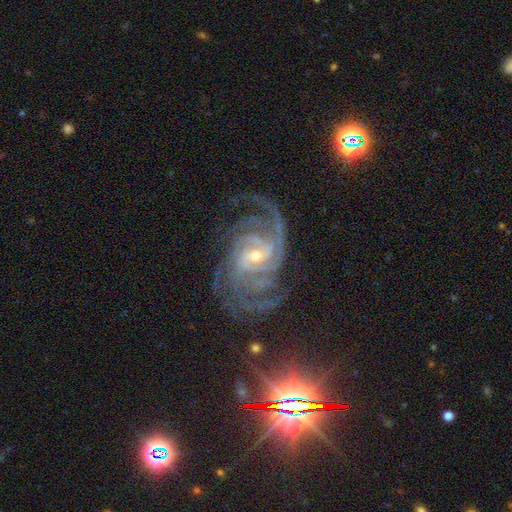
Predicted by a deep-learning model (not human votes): A featured or disk galaxy (90%) with a weak bar (48%), 4 (26%) tight (49%) spiral arms (98%) and a small central bulge (63%).

Vote fractions:
- Smooth or featured? featured or disk: 90% / star or artifact: 7% / smooth: 3%
- Edge-on disk? no: 97% / yes: 3%
- Bar? weak: 48% / strong: 27% / no: 24%
- Spiral arms? yes: 98% / no: 2%
- Spiral winding? tight: 49% / medium: 41% / loose: 9%
- Spiral arm count? 4: 26% / 3: 23% / can't tell: 16% / 2: 15% / more than 4: 12% / 1: 8%
- Bulge size? small: 63% / moderate: 33% / large: 2% / none: 1% / dominant: 1%
- Merging? none: 67% / minor disturbance: 17% / major disturbance: 14% / merger: 2%